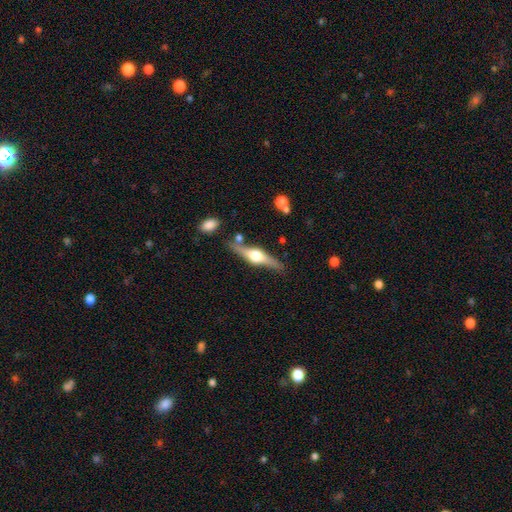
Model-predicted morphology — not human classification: Smooth or featured?
  - featured or disk: 76% *
  - smooth: 18%
  - star or artifact: 5%
Edge-on disk?
  - yes: 97% *
  - no: 3%
Edge-on bulge?
  - rounded: 95% *
  - boxy: 4%
  - none: 1%
Merging?
  - none: 81% *
  - minor disturbance: 11%
  - merger: 6%
  - major disturbance: 3%